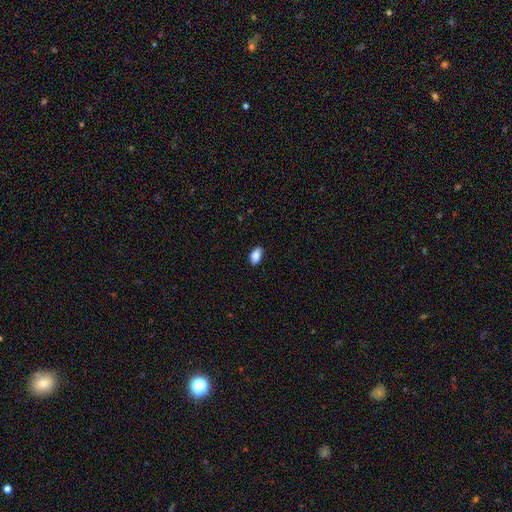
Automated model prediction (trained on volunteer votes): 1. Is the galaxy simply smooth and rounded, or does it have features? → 87% smooth, 7% star or artifact, 5% featured or disk.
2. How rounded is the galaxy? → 91% in between, 5% round, 4% cigar-shaped.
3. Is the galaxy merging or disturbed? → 81% none, 15% minor disturbance, 2% major disturbance, 1% merger.